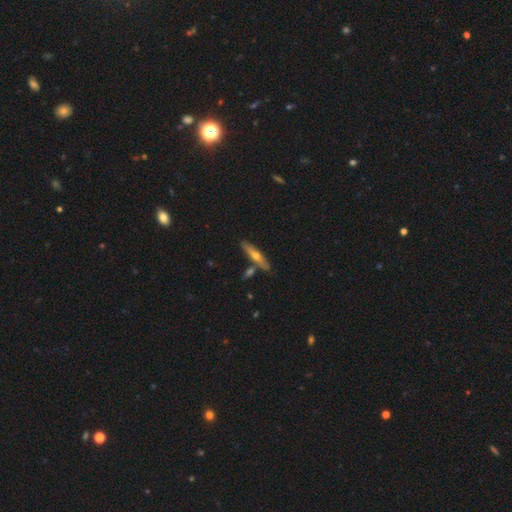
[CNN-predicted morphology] smooth_or_featured: featured or disk (p=0.51) [alt: smooth p=0.43]
disk_edge_on: yes (p=0.87) [alt: no p=0.13]
merging: none (p=0.77) [alt: minor disturbance p=0.10]